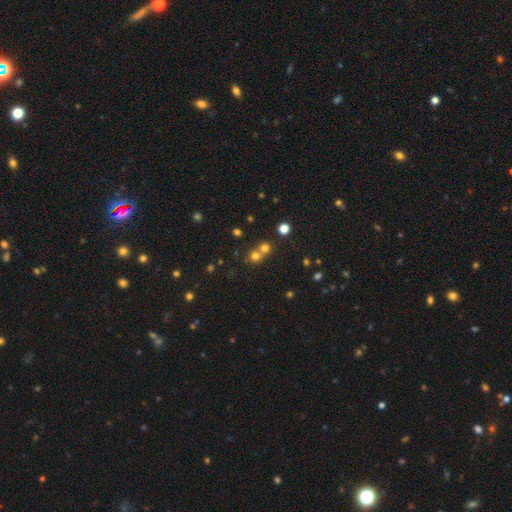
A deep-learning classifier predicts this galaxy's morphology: The model was most divided on "merging": merger: 48%, none: 44%, minor disturbance: 5%, major disturbance: 2%. More confident: how rounded — round (86%); smooth or featured — smooth (69%).